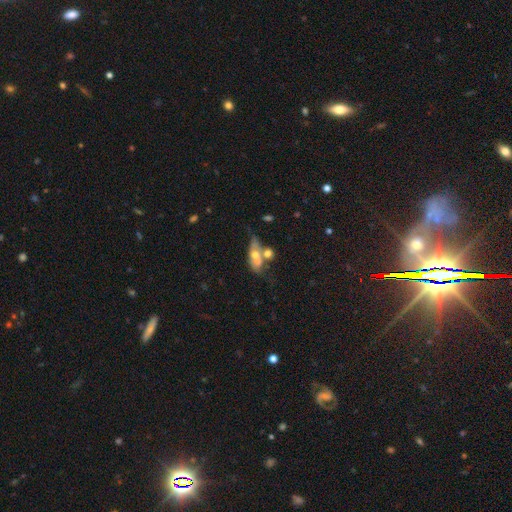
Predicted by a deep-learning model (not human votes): featured or disk 47%, smooth 44%, star or artifact 9%. Down the decision tree: merging — merger (44%).